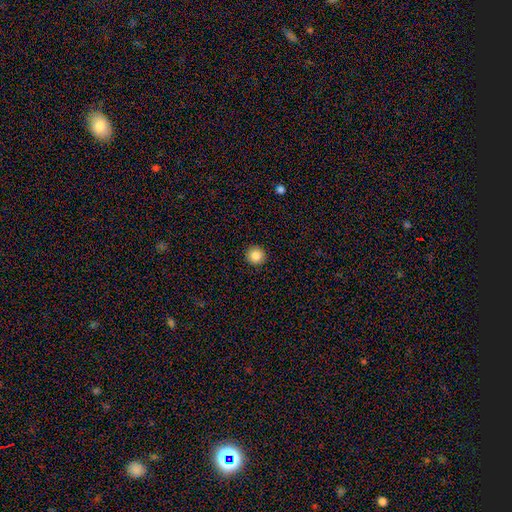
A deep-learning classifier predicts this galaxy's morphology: Smooth or featured? smooth (85%)
How rounded? round (95%)
Merging? none (93%)